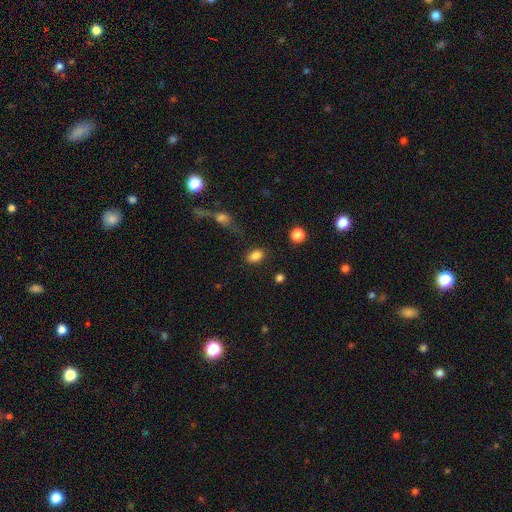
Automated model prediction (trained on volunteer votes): Smooth or featured: smooth — 85% (star or artifact — 10%)
How rounded: in between — 81% (round — 18%)
Merging: none — 82% (minor disturbance — 11%)